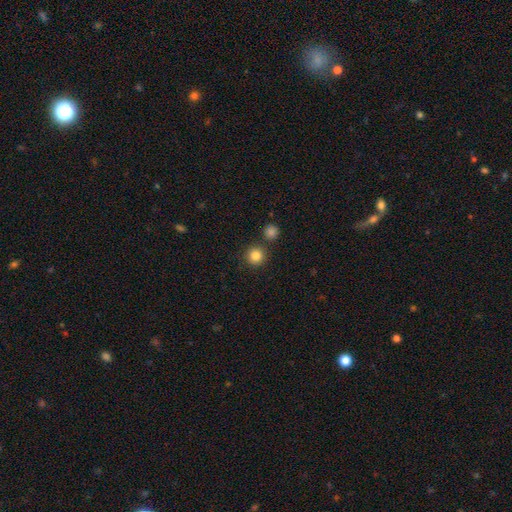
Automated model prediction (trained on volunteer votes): Smooth or featured? smooth (84%)
How rounded? round (94%)
Merging? none (84%)